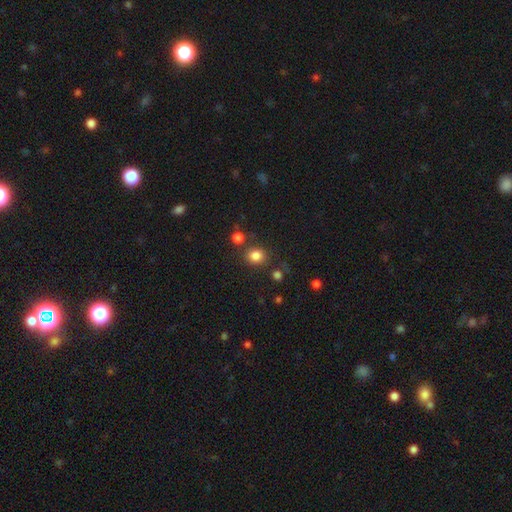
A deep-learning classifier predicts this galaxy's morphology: smooth-or-featured: smooth: 82% | star or artifact: 13% | featured or disk: 5%
  how-rounded: round: 75% | in between: 24% | cigar-shaped: 1%
  merging: none: 78% | minor disturbance: 10% | merger: 9% | major disturbance: 4%